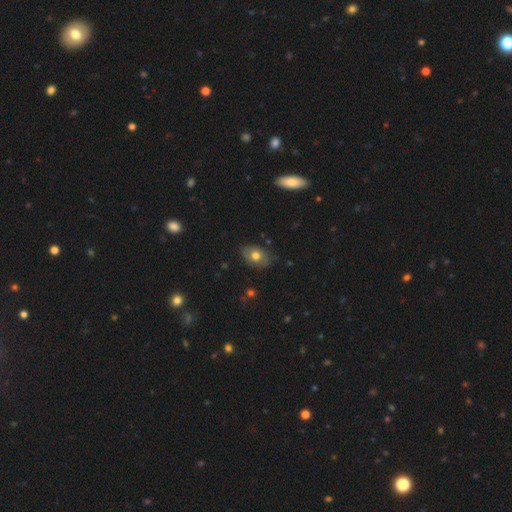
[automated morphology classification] Smooth or featured?
  - smooth: 70% *
  - featured or disk: 21%
  - star or artifact: 9%
How rounded?
  - in between: 77% *
  - round: 21%
  - cigar-shaped: 1%
Merging?
  - none: 76% *
  - minor disturbance: 18%
  - major disturbance: 4%
  - merger: 1%